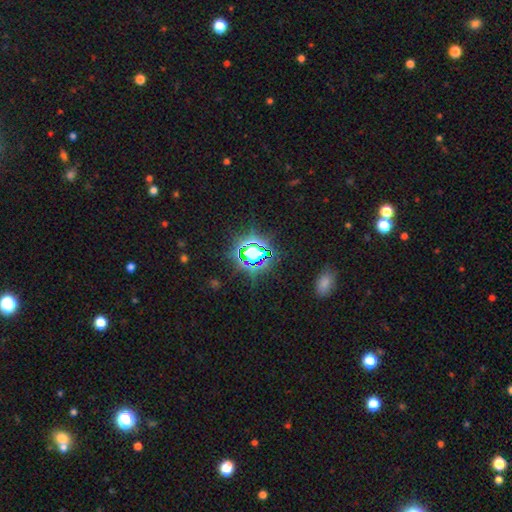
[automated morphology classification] A star or artifact, not a galaxy (74%).